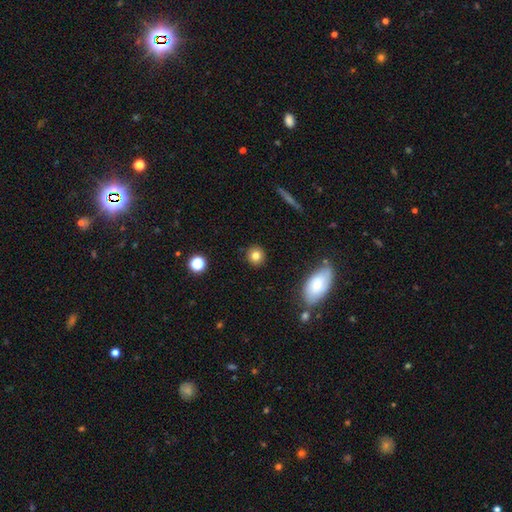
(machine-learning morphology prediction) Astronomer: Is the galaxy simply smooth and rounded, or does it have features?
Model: smooth — 81%.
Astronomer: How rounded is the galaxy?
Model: round — 90%.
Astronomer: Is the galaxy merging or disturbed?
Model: none — 89%.